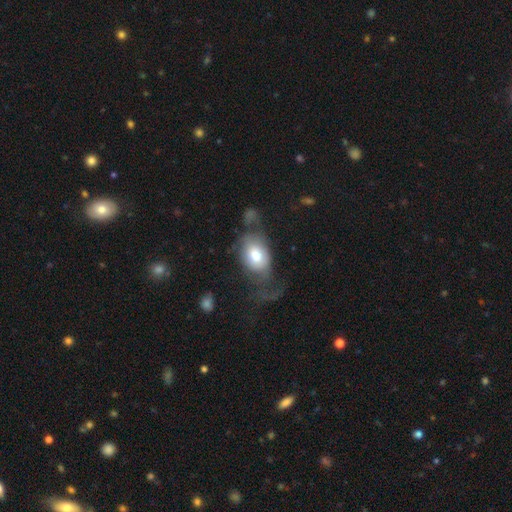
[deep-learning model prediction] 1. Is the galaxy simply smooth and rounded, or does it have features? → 69% smooth, 24% featured or disk, 8% star or artifact.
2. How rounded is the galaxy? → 72% in between, 26% round, 1% cigar-shaped.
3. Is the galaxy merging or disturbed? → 41% major disturbance, 31% none, 22% minor disturbance, 7% merger.